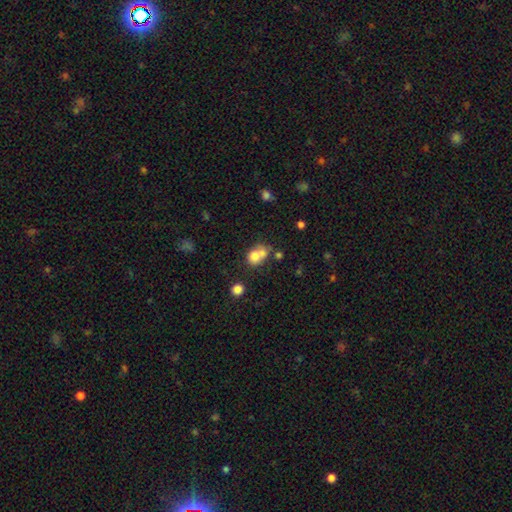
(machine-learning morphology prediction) type=smooth (74%); roundness=round (60%); merging=merger (51%).